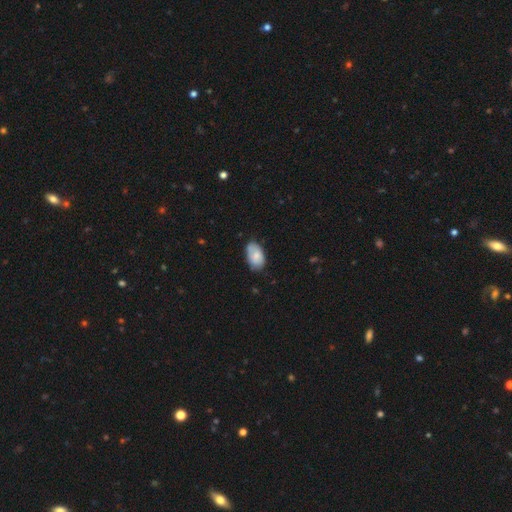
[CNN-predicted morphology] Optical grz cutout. It shows a smooth galaxy with no disk features (78%) that is in between round and cigar-shaped (94%). Merging: none (69%).